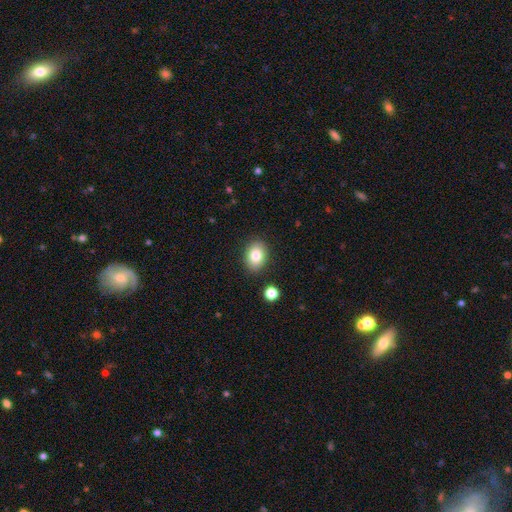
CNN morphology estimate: A smooth galaxy with no disk features (83%) that is in between round and cigar-shaped (72%).

Vote fractions:
- Smooth or featured? smooth: 83% / star or artifact: 9% / featured or disk: 8%
- How rounded? in between: 72% / round: 27% / cigar-shaped: 1%
- Merging? none: 87% / minor disturbance: 8% / major disturbance: 2% / merger: 2%